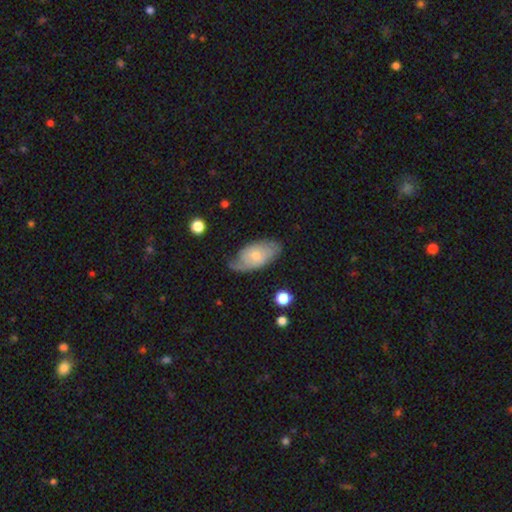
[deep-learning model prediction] featured or disk 53%, smooth 41%, star or artifact 6%. Down the decision tree: edge-on disk — no (89%); merging — none (58%).